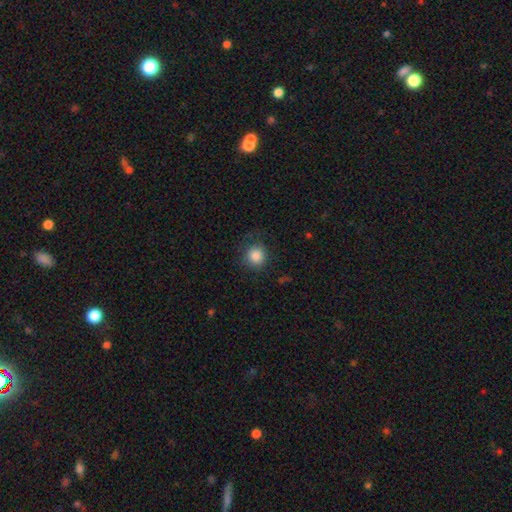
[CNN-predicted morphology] A smooth galaxy with no disk features (85%) that is round (90%). Merging: none (77%).